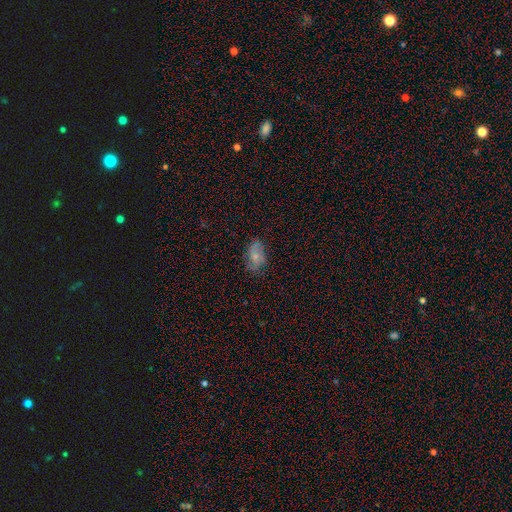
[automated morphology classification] A smooth galaxy with no disk features (68%) that is in between round and cigar-shaped (90%). Merging: none (70%).